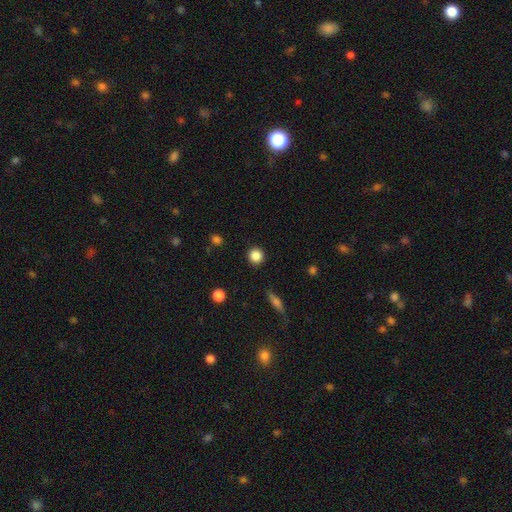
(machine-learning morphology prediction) Smooth or featured?
  - smooth: 86% *
  - star or artifact: 10%
  - featured or disk: 4%
How rounded?
  - round: 93% *
  - in between: 6%
  - cigar-shaped: 1%
Merging?
  - none: 91% *
  - minor disturbance: 6%
  - major disturbance: 2%
  - merger: 1%